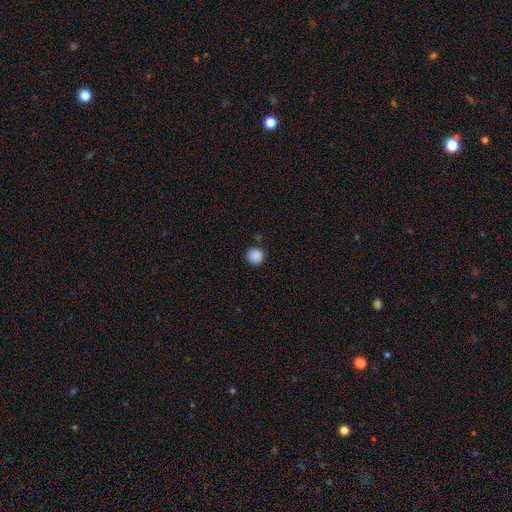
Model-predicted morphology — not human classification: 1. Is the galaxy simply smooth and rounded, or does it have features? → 88% smooth, 10% star or artifact, 2% featured or disk.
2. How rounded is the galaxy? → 93% round, 6% in between, 1% cigar-shaped.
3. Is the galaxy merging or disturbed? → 89% none, 7% minor disturbance, 2% major disturbance, 1% merger.